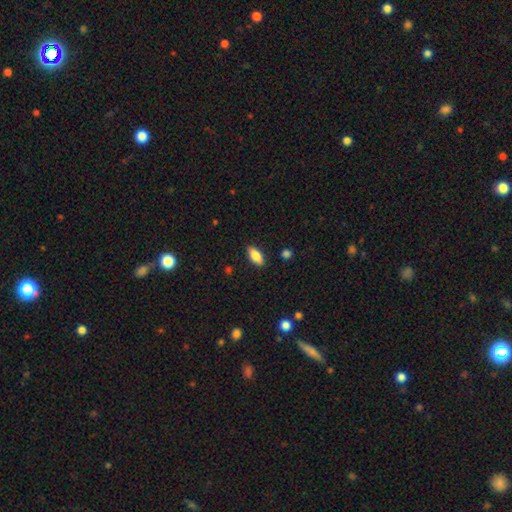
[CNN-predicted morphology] smooth 82%, featured or disk 11%, star or artifact 7%. Down the decision tree: how rounded — in between (86%); merging — none (88%).